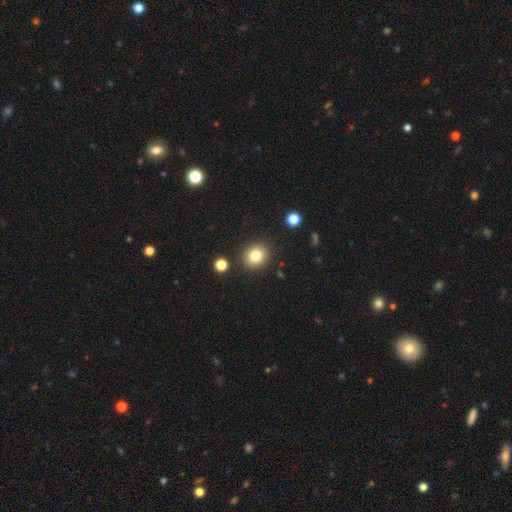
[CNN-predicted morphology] smooth-or-featured: smooth: 80% | star or artifact: 12% | featured or disk: 8%
  how-rounded: round: 76% | in between: 23% | cigar-shaped: 1%
  merging: none: 88% | minor disturbance: 7% | merger: 3% | major disturbance: 2%